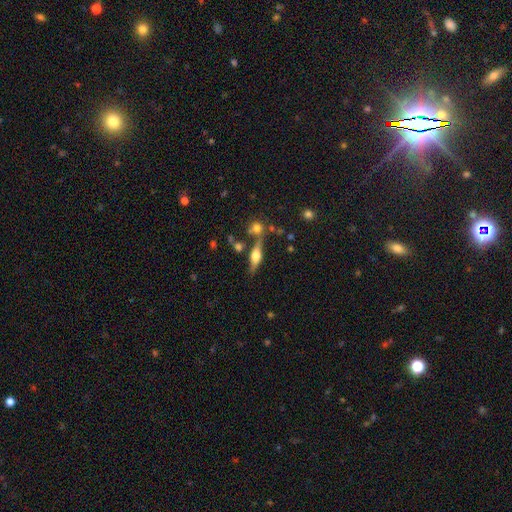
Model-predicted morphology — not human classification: This appears to be a featured or disk galaxy (64%) viewed edge-on (93%) with a rounded central bulge (92%). Merging: none (68%).